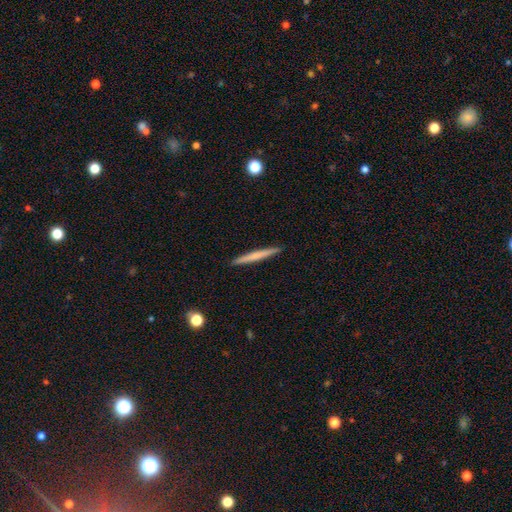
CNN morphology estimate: type=smooth (56%); roundness=cigar-shaped (97%); merging=none (92%).